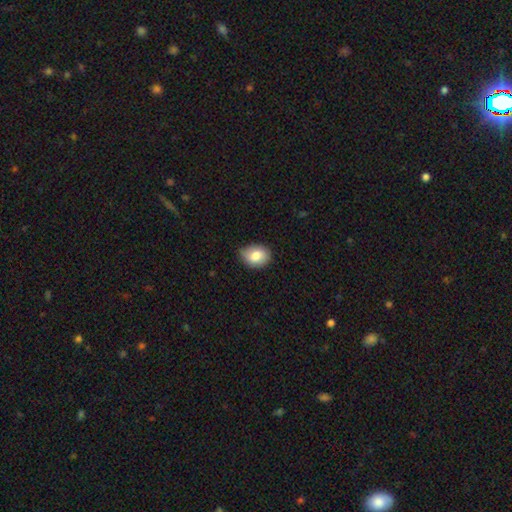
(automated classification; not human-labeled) This appears to be a smooth galaxy with no disk features (82%) that is in between round and cigar-shaped (61%). Merging: none (73%).